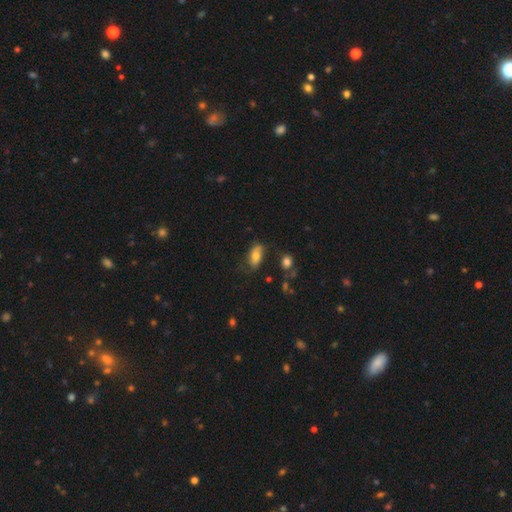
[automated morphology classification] Q: Smooth or featured?
A: smooth (65%); runner-up: featured or disk (26%)
Q: How rounded?
A: in between (85%); runner-up: cigar-shaped (9%)
Q: Merging?
A: none (58%); runner-up: minor disturbance (27%)